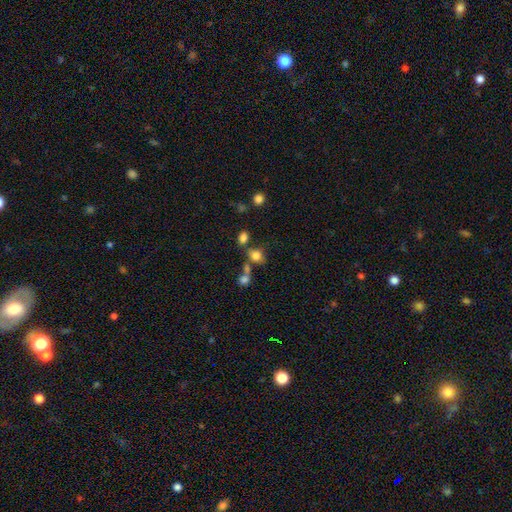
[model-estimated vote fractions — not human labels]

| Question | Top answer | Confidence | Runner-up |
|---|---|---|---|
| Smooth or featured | smooth | 78% | star or artifact (14%) |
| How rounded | round | 52% | in between (46%) |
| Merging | none | 56% | merger (24%) |